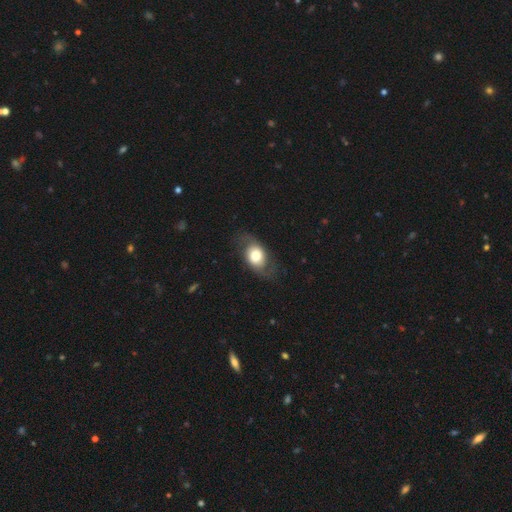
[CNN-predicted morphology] A smooth galaxy with no disk features (54%) that is in between round and cigar-shaped (72%).

Vote fractions:
- Smooth or featured? smooth: 54% / featured or disk: 39% / star or artifact: 7%
- How rounded? in between: 72% / round: 26% / cigar-shaped: 2%
- Merging? none: 70% / minor disturbance: 18% / major disturbance: 10% / merger: 1%